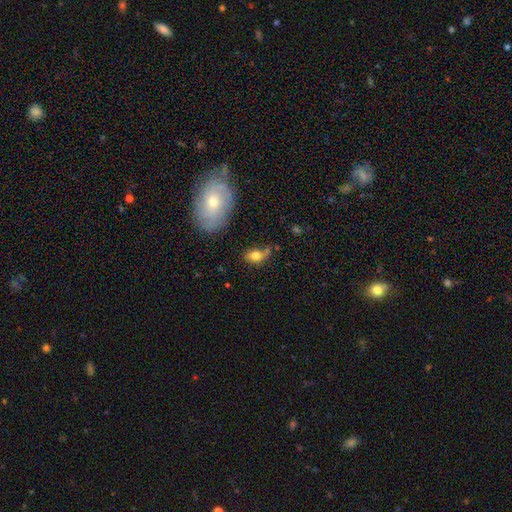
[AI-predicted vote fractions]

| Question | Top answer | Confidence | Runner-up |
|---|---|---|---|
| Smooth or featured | smooth | 75% | featured or disk (15%) |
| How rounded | in between | 74% | round (23%) |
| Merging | none | 43% | minor disturbance (28%) |